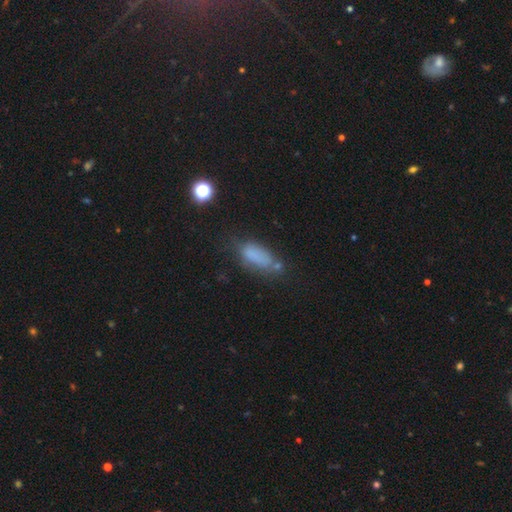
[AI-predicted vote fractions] smooth-or-featured: smooth: 71% | star or artifact: 15% | featured or disk: 15%
  how-rounded: in between: 76% | cigar-shaped: 20% | round: 4%
  merging: none: 47% | minor disturbance: 27% | major disturbance: 16% | merger: 10%